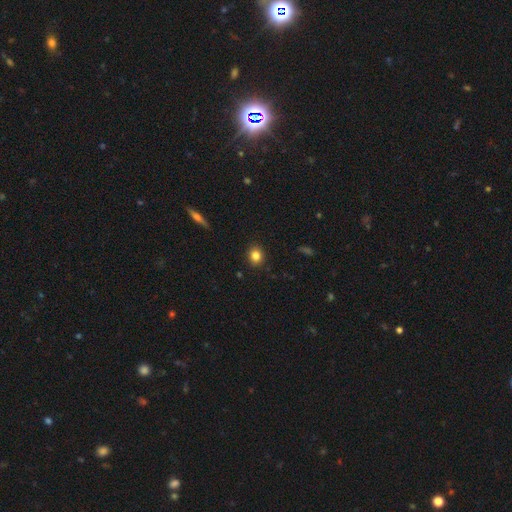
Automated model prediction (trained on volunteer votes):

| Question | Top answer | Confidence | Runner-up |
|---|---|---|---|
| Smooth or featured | smooth | 83% | star or artifact (11%) |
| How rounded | round | 73% | in between (26%) |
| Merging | none | 89% | minor disturbance (8%) |